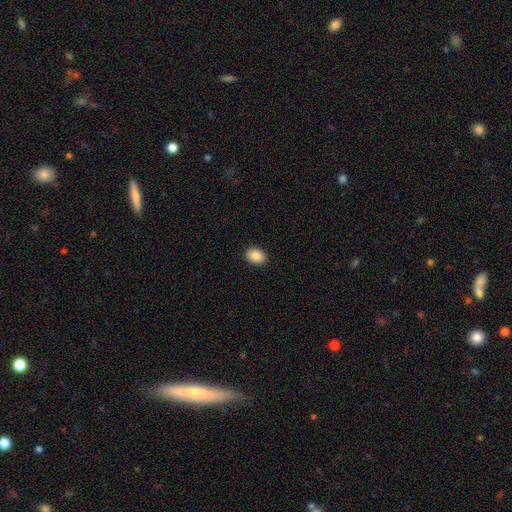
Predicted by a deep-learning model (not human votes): Smooth or featured?
  - smooth: 88% *
  - star or artifact: 8%
  - featured or disk: 4%
How rounded?
  - in between: 70% *
  - round: 29%
  - cigar-shaped: 1%
Merging?
  - none: 91% *
  - minor disturbance: 7%
  - major disturbance: 2%
  - merger: 1%